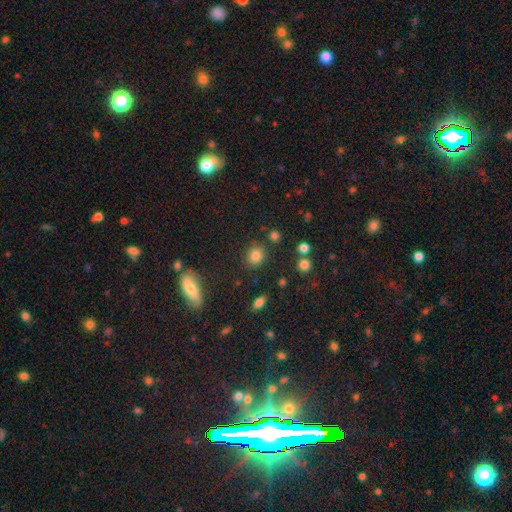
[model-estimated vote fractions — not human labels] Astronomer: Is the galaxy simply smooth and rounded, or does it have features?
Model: smooth — 82%.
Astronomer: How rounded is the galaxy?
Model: round — 71%.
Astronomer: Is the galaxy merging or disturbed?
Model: none — 83%.